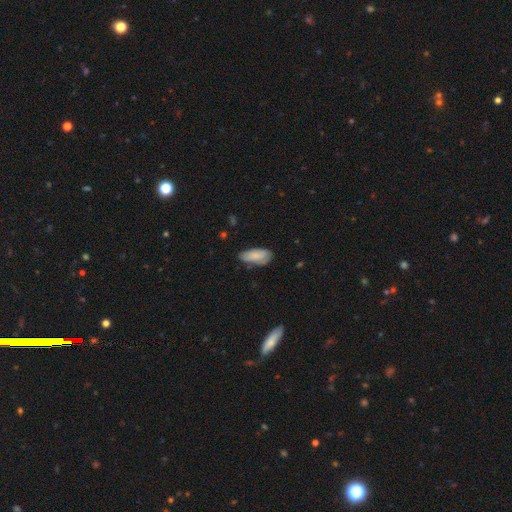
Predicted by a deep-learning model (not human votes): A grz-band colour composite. It shows a smooth galaxy with no disk features (82%) that is in between round and cigar-shaped (87%). Merging: none (64%).